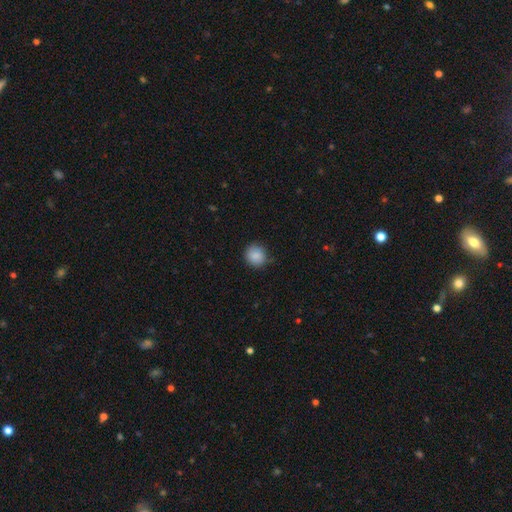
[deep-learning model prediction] Morphology: type=smooth (87%); roundness=round (89%); merging=none (81%).